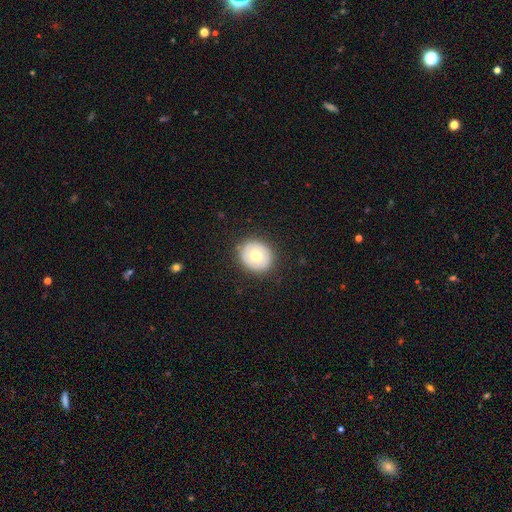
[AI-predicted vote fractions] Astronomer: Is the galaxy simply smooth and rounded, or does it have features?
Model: smooth — 62%.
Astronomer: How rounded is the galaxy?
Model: round — 73%.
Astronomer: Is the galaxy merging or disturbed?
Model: none — 86%.